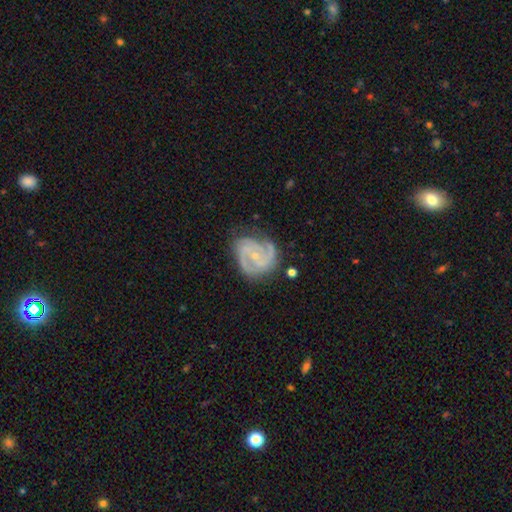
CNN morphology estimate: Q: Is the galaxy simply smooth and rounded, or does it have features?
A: featured or disk — 89%.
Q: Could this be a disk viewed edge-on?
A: no — 98%.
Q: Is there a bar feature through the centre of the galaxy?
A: no — 58%.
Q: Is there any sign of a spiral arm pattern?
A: yes — 98%.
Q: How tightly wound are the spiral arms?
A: tight — 48%.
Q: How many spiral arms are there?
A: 2 — 57%.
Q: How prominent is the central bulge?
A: small — 74%.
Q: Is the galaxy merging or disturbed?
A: none — 69%.